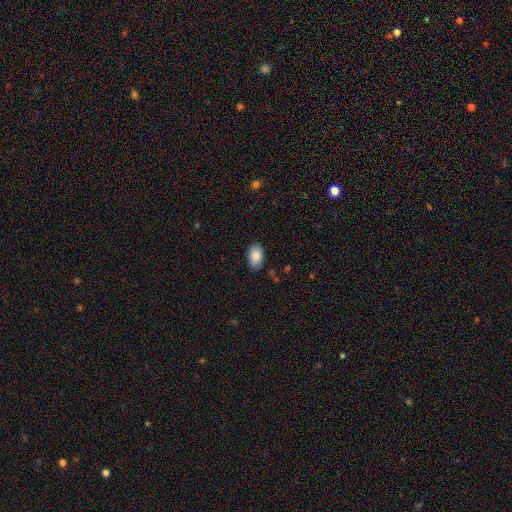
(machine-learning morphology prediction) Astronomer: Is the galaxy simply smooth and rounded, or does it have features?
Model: smooth — 85%.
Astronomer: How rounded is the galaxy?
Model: in between — 92%.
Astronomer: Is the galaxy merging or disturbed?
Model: none — 85%.